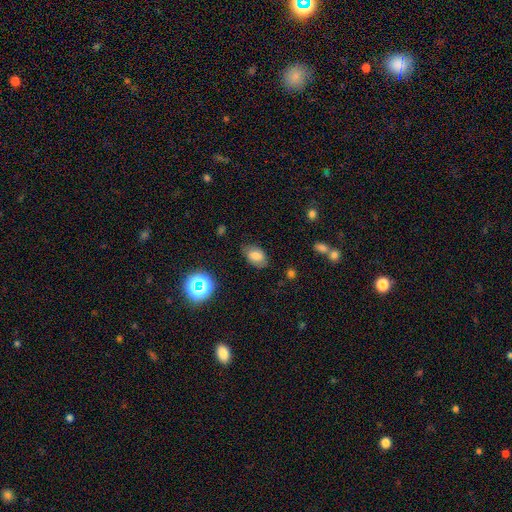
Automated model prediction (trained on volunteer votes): Morphology: type=smooth (73%); roundness=in between (87%); merging=none (76%).